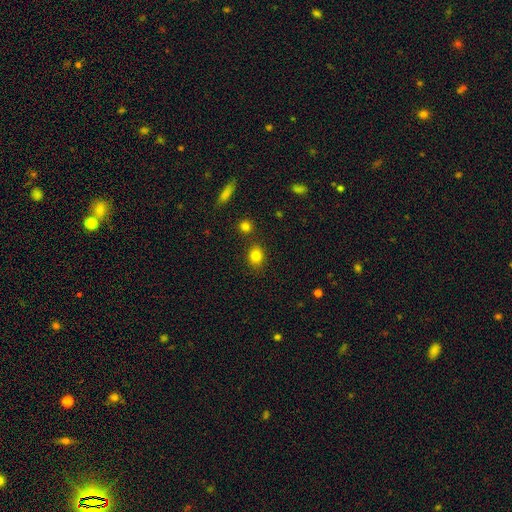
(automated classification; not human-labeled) The model was most divided on "how rounded": round: 59%, in between: 40%, cigar-shaped: 1%. More confident: smooth or featured — smooth (82%); merging — none (82%).